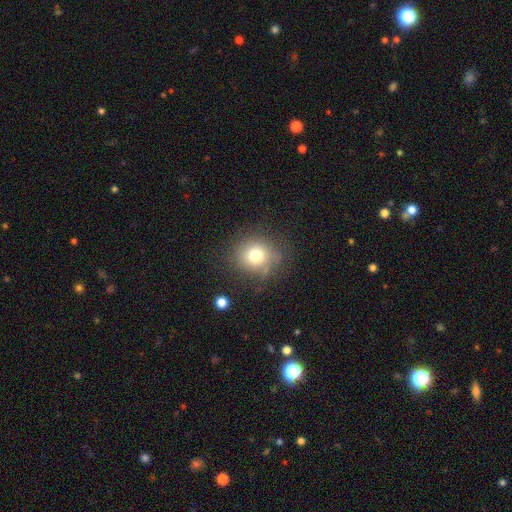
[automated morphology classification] A smooth galaxy with no disk features (73%) that is round (85%).

Vote fractions:
- Smooth or featured? smooth: 73% / star or artifact: 14% / featured or disk: 13%
- How rounded? round: 85% / in between: 14% / cigar-shaped: 1%
- Merging? none: 75% / minor disturbance: 15% / major disturbance: 7% / merger: 3%